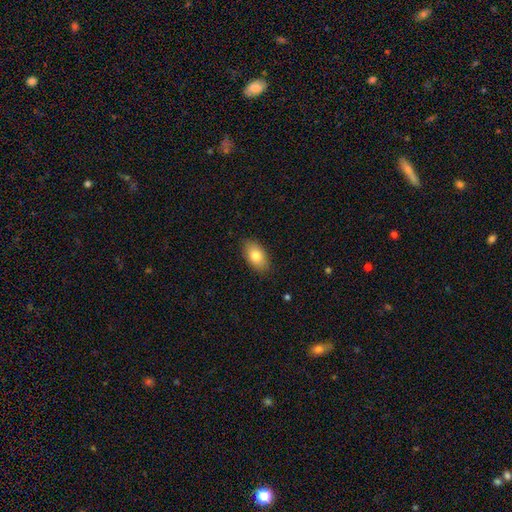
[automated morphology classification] smooth-or-featured: smooth: 80% | featured or disk: 13% | star or artifact: 7%
  how-rounded: in between: 91% | round: 6% | cigar-shaped: 2%
  merging: none: 86% | minor disturbance: 11% | major disturbance: 2% | merger: 1%